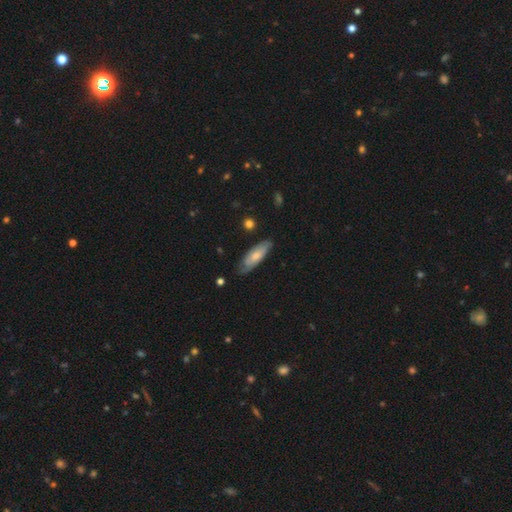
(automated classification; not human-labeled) Smooth or featured: smooth — 58% (featured or disk — 36%)
How rounded: in between — 60% (cigar-shaped — 39%)
Merging: none — 73% (minor disturbance — 21%)